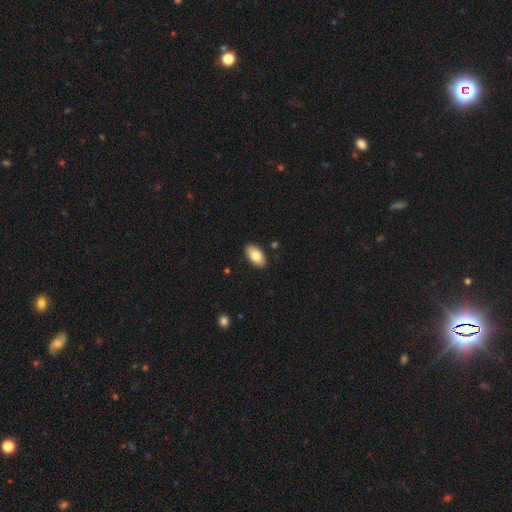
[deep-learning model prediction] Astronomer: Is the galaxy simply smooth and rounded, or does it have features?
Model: smooth — 80%.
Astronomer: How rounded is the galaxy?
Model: in between — 95%.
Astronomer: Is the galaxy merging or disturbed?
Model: none — 89%.